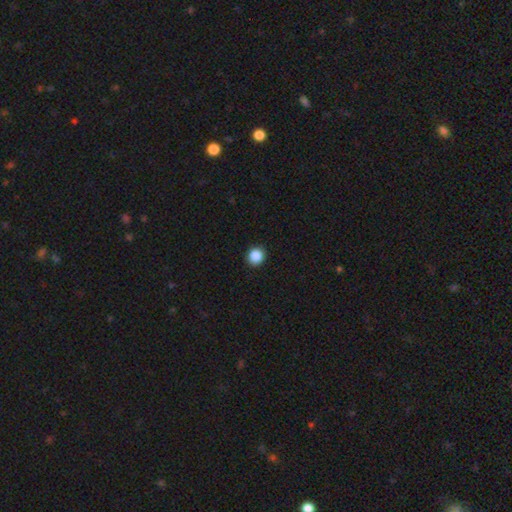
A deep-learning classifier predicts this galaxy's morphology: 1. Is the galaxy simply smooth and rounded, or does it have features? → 88% smooth, 9% star or artifact, 3% featured or disk.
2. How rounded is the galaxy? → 88% round, 11% in between, 1% cigar-shaped.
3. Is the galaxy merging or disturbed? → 92% none, 5% minor disturbance, 2% major disturbance, 1% merger.